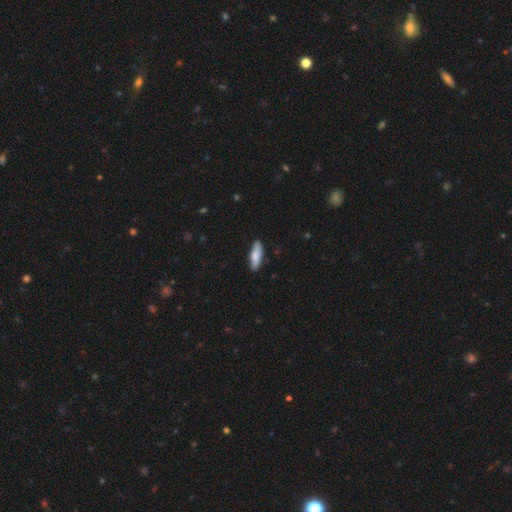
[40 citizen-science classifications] Smooth or featured? 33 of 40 (82%) said smooth. How rounded? 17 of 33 (52%) said cigar-shaped. Merging? 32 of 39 (82%) said none.